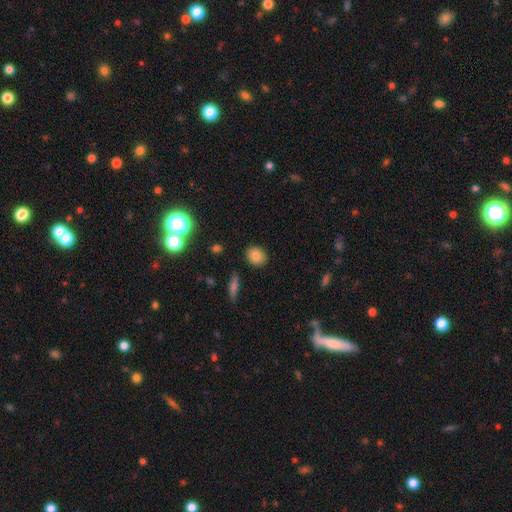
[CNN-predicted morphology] smooth_or_featured: smooth (p=0.82) [alt: star or artifact p=0.11]
how_rounded: round (p=0.69) [alt: in between p=0.30]
merging: none (p=0.89) [alt: minor disturbance p=0.07]